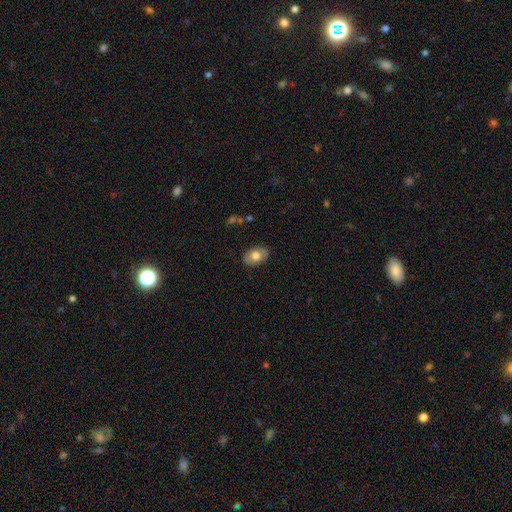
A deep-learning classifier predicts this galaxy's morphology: Smooth or featured?
  - smooth: 72% *
  - featured or disk: 22%
  - star or artifact: 7%
How rounded?
  - in between: 86% *
  - round: 13%
  - cigar-shaped: 1%
Merging?
  - none: 84% *
  - minor disturbance: 12%
  - major disturbance: 2%
  - merger: 1%